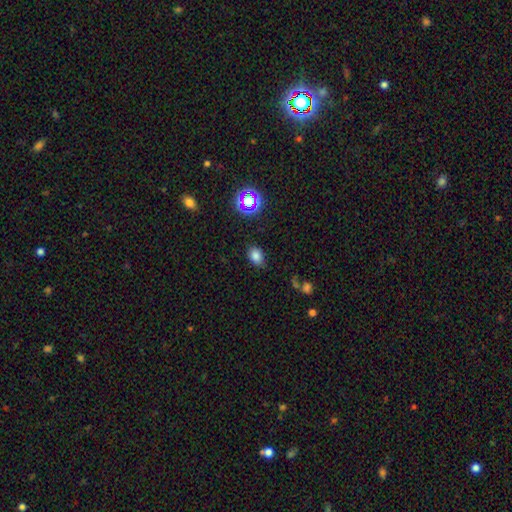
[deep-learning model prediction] A smooth galaxy with no disk features (77%) that is in between round and cigar-shaped (74%).

Vote fractions:
- Smooth or featured? smooth: 77% / star or artifact: 17% / featured or disk: 6%
- How rounded? in between: 74% / round: 25% / cigar-shaped: 1%
- Merging? none: 81% / minor disturbance: 13% / major disturbance: 4% / merger: 2%